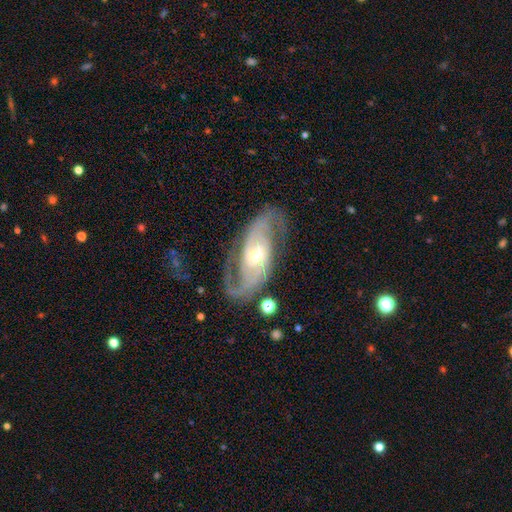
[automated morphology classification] smooth-or-featured: featured or disk: 90% | smooth: 5% | star or artifact: 5%
  disk-edge-on: no: 95% | yes: 5%
    bar: no: 45% | weak: 37% | strong: 18%
    has-spiral-arms: yes: 97% | no: 3%
      spiral-winding: medium: 50% | tight: 32% | loose: 18%
      spiral-arm-count: 2: 87% | can't tell: 4% | 3: 4% | 1: 2% | 4: 1% | more than 4: 1%
    bulge-size: small: 50% | moderate: 46% | large: 2% | none: 1% | dominant: 1%
  merging: none: 75% | minor disturbance: 15% | major disturbance: 8% | merger: 2%